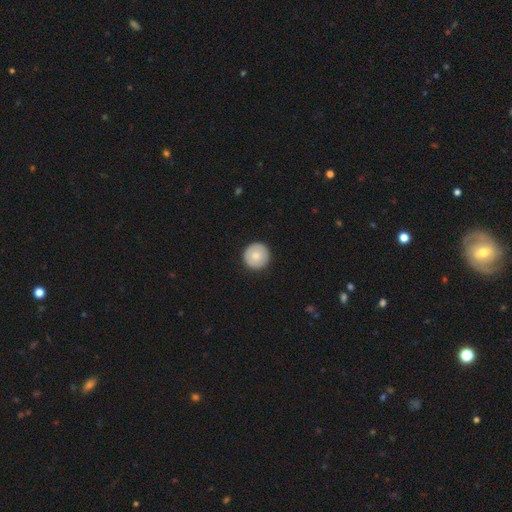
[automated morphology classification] A smooth galaxy with no disk features (79%) that is round (96%). Merging: none (93%).